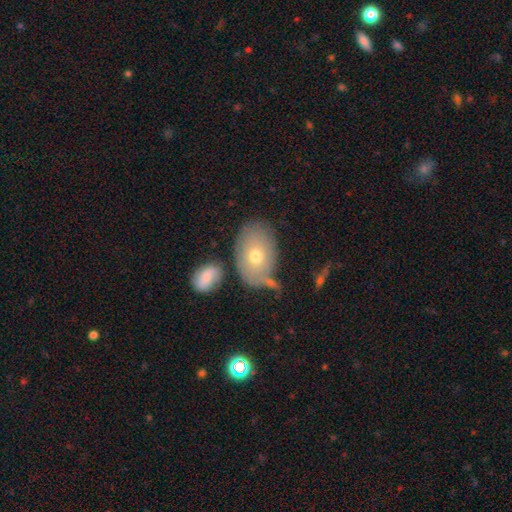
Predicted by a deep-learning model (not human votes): This appears to be a featured or disk galaxy (47%). Merging: none (66%).